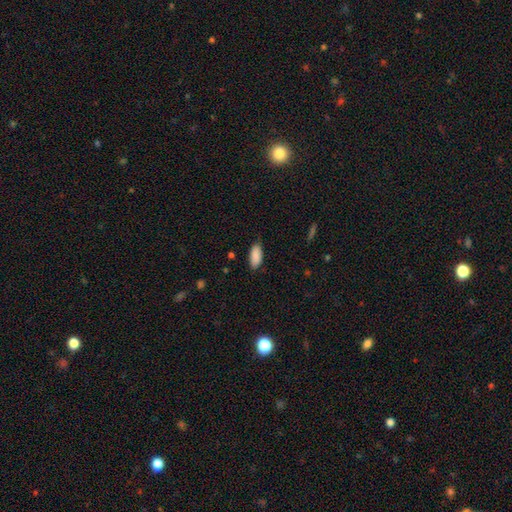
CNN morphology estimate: smooth 90%, star or artifact 7%, featured or disk 4%. Down the decision tree: how rounded — in between (87%); merging — none (83%).